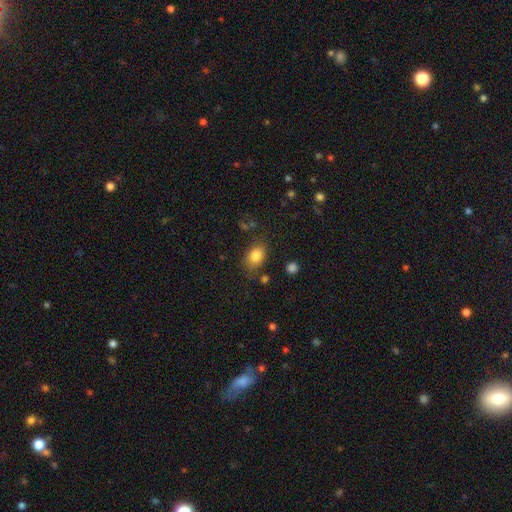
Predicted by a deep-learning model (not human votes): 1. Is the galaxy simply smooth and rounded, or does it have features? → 83% smooth, 9% star or artifact, 8% featured or disk.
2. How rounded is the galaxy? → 75% in between, 23% round, 1% cigar-shaped.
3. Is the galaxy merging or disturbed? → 76% none, 16% minor disturbance, 5% major disturbance, 3% merger.